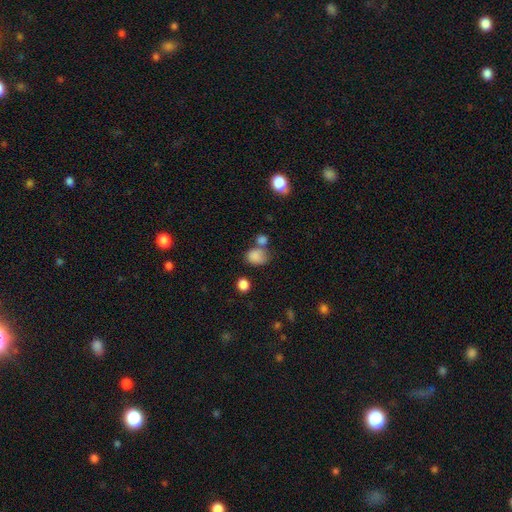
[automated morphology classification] This is clearly a smooth galaxy (82%). How rounded: possibly in between (53%). Merging: marginally none (43%).